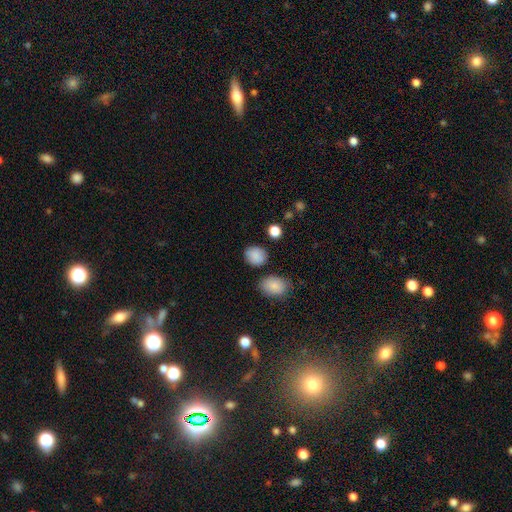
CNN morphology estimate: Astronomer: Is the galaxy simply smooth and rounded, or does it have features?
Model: smooth — 86%.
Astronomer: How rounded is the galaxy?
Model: round — 59% (runner-up: in between, 40%).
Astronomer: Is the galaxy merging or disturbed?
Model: none — 80%.